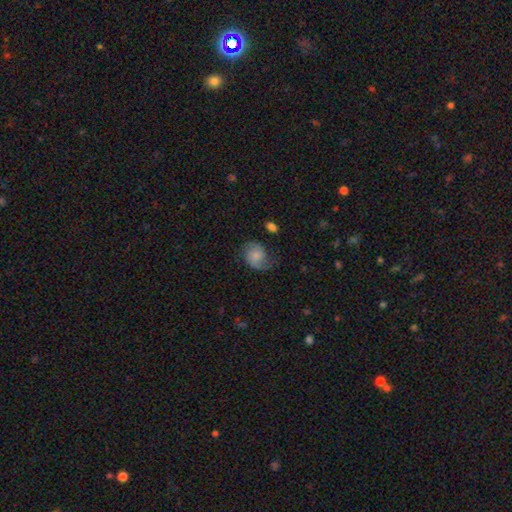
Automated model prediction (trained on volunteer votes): Smooth or featured: featured or disk — 50% (smooth — 41%)
Edge-on disk: no — 97% (yes — 3%)
Merging: none — 60% (minor disturbance — 25%)